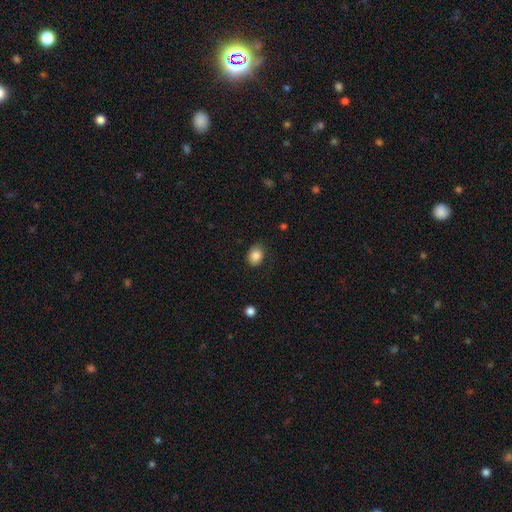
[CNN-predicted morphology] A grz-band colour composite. It shows a smooth galaxy with no disk features (84%) that is in between round and cigar-shaped (56%). Merging: none (79%).